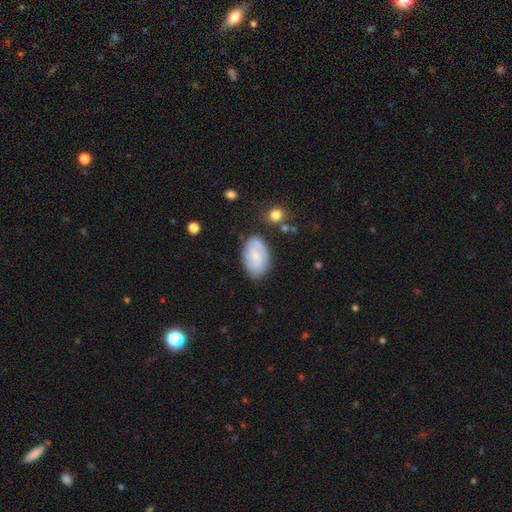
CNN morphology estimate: A smooth galaxy with no disk features (53%) that is in between round and cigar-shaped (90%). Merging: none (75%).